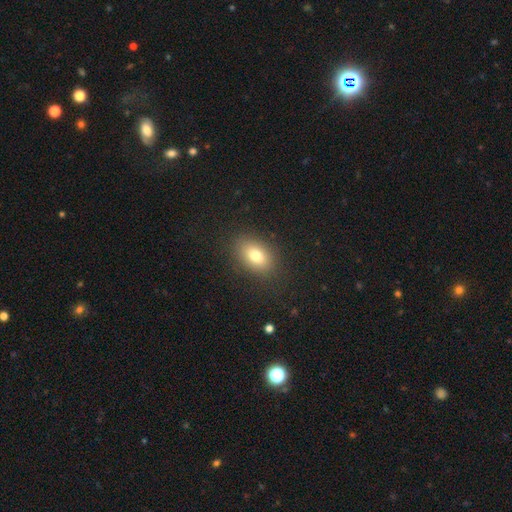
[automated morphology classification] The model was most divided on "how rounded": in between: 83%, round: 16%, cigar-shaped: 2%. More confident: merging — none (86%); smooth or featured — smooth (79%).